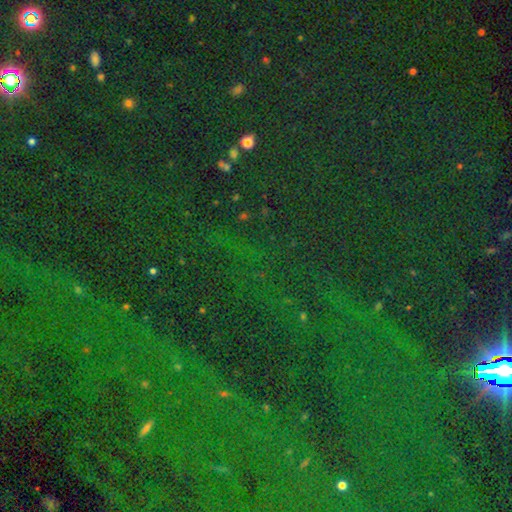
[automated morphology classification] Overall: star or artifact (83%).